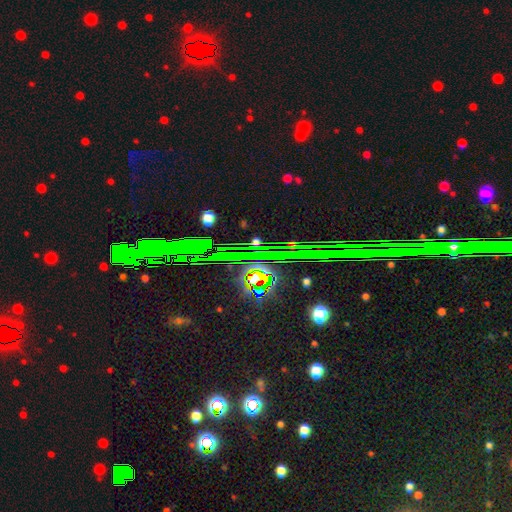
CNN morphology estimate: Smooth or featured? star or artifact (84%)